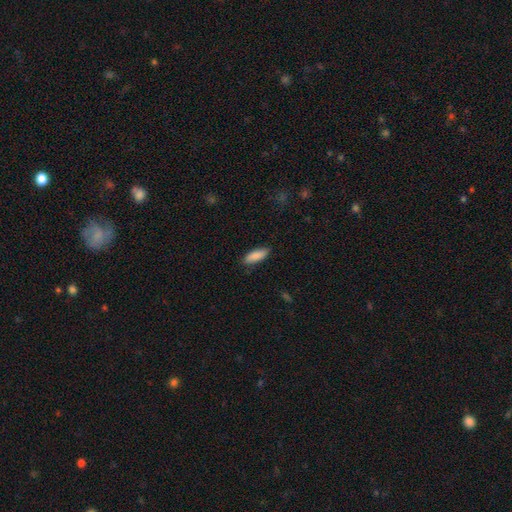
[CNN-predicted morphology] This is clearly a smooth galaxy (88%). How rounded: likely in between (68%). Merging: clearly none (85%).